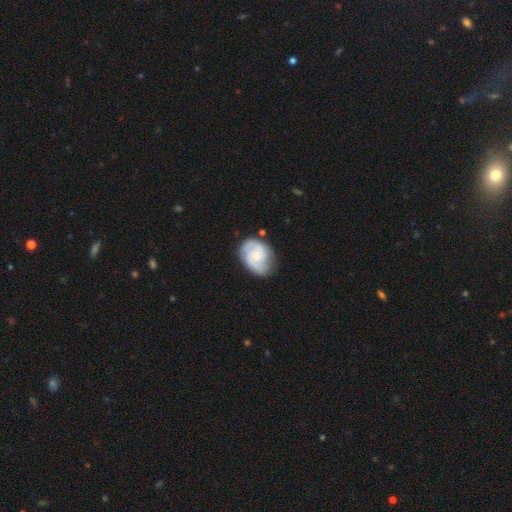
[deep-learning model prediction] This is likely a featured or disk galaxy (65%). It is clearly not viewed edge-on (98%). Bar: likely no (65%). Spiral arm pattern: clearly yes (92%). Spiral arm count: possibly 2 (59%). Spiral winding: possibly tight (46%). Central bulge: possibly small (53%). Merging: likely none (68%).